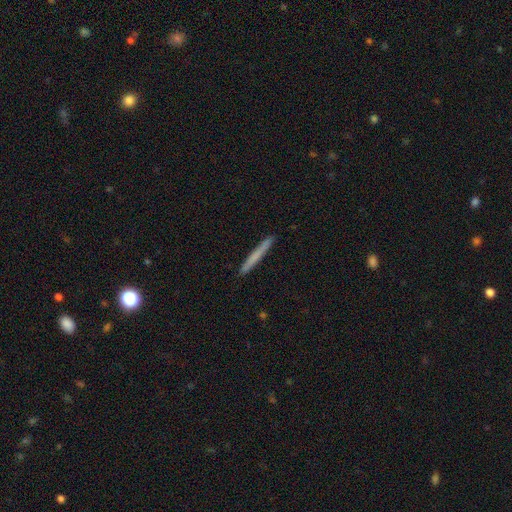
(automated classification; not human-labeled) smooth 65%, featured or disk 30%, star or artifact 6%. Down the decision tree: how rounded — cigar-shaped (97%); merging — none (92%).